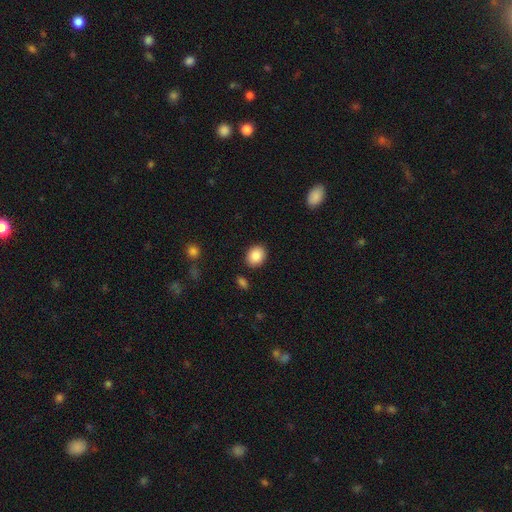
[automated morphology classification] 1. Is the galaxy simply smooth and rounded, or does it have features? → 87% smooth, 8% star or artifact, 5% featured or disk.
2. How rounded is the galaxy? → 53% in between, 46% round, 1% cigar-shaped.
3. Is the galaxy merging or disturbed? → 87% none, 8% minor disturbance, 2% merger, 2% major disturbance.